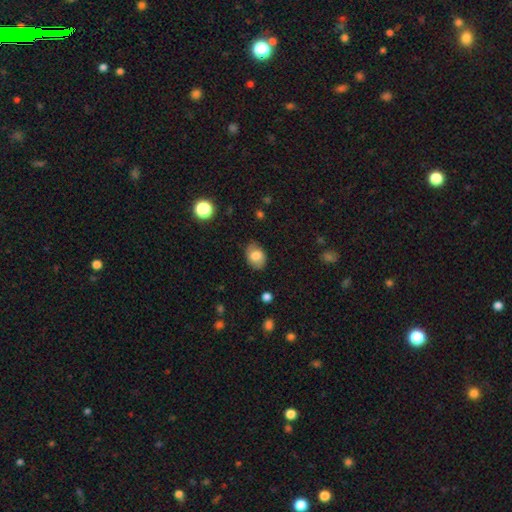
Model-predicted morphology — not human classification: smooth_or_featured: smooth (p=0.79) [alt: featured or disk p=0.13]
how_rounded: in between (p=0.74) [alt: round p=0.25]
merging: none (p=0.79) [alt: minor disturbance p=0.16]